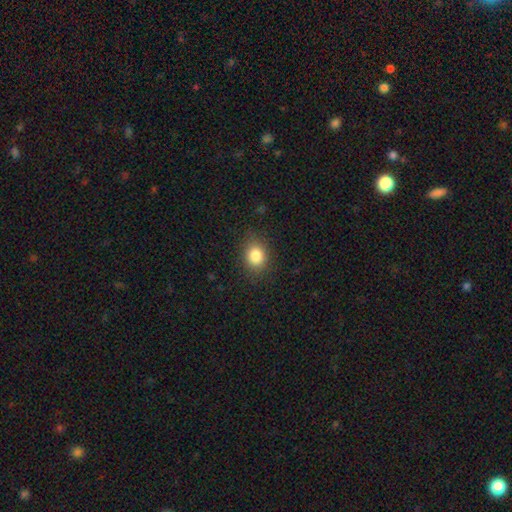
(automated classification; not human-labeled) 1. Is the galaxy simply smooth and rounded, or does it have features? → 84% smooth, 10% star or artifact, 6% featured or disk.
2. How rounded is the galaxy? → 57% round, 42% in between, 1% cigar-shaped.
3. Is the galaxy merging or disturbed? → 85% none, 11% minor disturbance, 3% major disturbance, 1% merger.